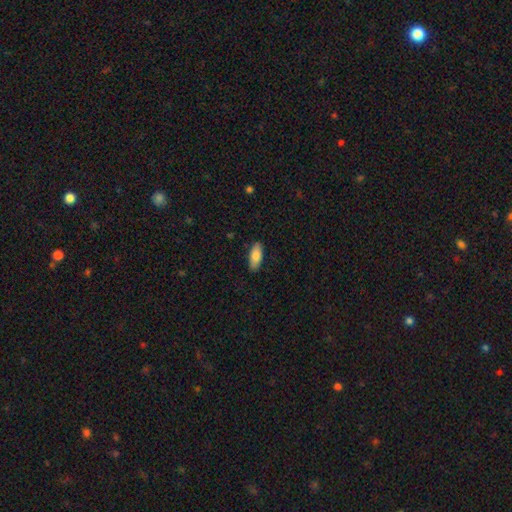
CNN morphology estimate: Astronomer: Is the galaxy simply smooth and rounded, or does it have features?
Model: smooth — 82%.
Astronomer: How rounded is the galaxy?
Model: in between — 81%.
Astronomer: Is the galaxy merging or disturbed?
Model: none — 87%.